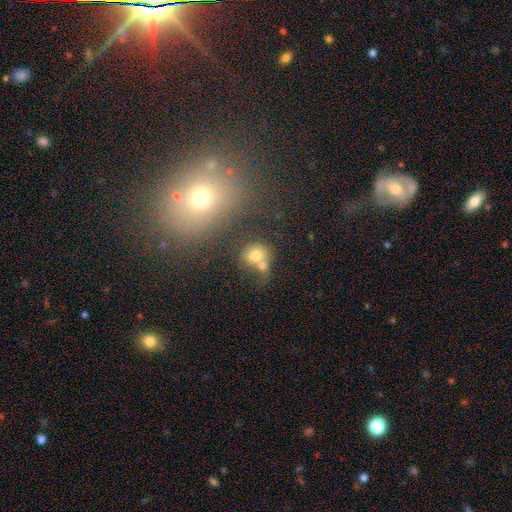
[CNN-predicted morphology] Smooth or featured? smooth (70%)
How rounded? round (68%)
Merging? merger (44%)